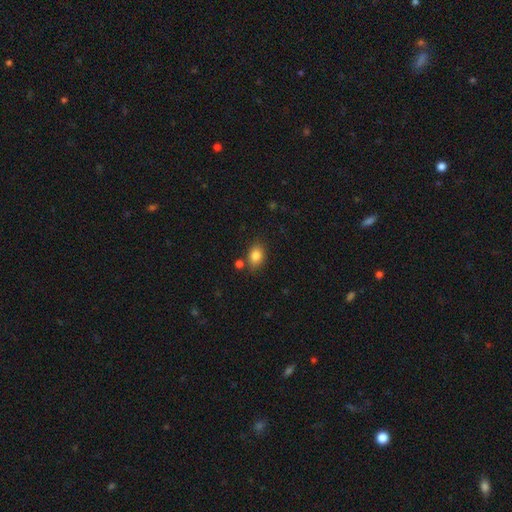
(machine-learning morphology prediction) Overall: smooth (83%). How rounded: in between (75%). Merging: none (77%).